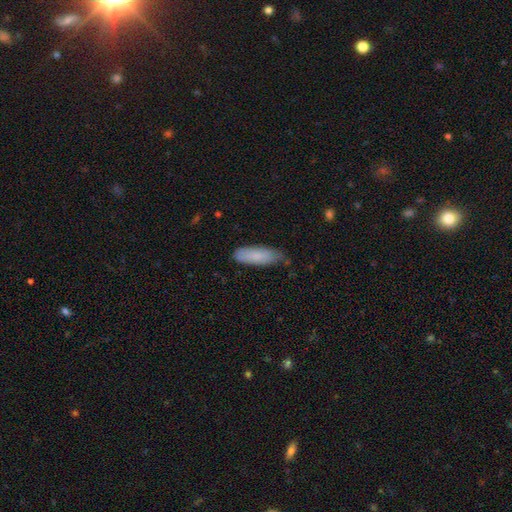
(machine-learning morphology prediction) This is clearly a smooth galaxy (81%). How rounded: possibly in between (55%). Merging: likely none (62%).